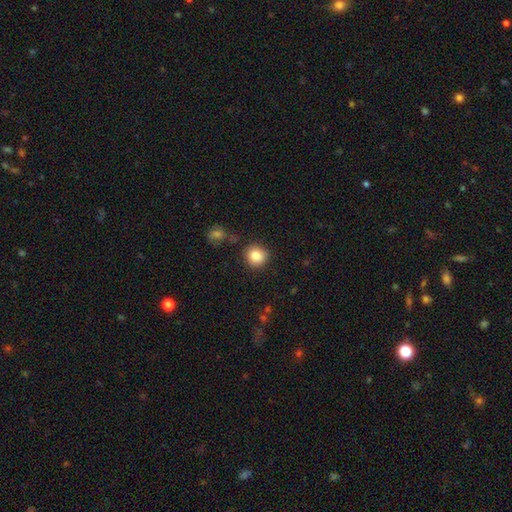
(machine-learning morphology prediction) smooth_or_featured: smooth (p=0.84) [alt: star or artifact p=0.10]
how_rounded: round (p=0.91) [alt: in between p=0.08]
merging: none (p=0.85) [alt: minor disturbance p=0.09]